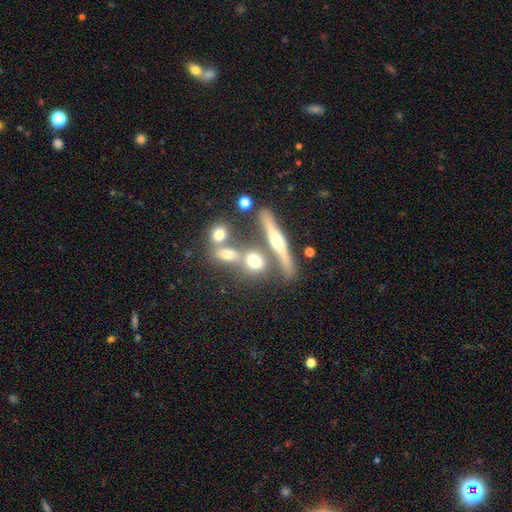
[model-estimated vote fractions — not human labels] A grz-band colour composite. It shows a featured or disk galaxy (69%) viewed edge-on (87%) with a rounded central bulge (92%). Merging: none (55%).